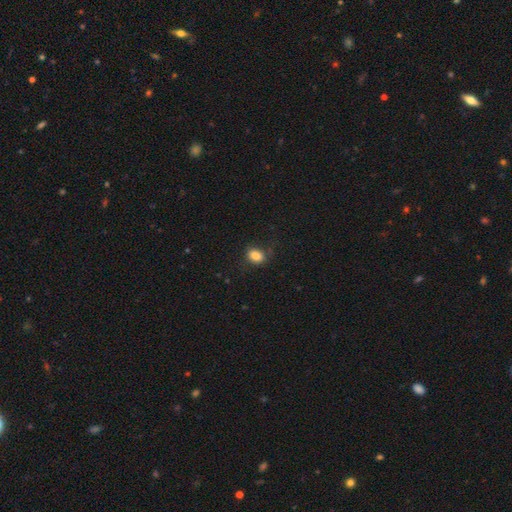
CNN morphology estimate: A smooth galaxy with no disk features (85%) that is in between round and cigar-shaped (70%).

Vote fractions:
- Smooth or featured? smooth: 85% / star or artifact: 9% / featured or disk: 6%
- How rounded? in between: 70% / round: 28% / cigar-shaped: 1%
- Merging? none: 77% / minor disturbance: 16% / major disturbance: 6% / merger: 1%